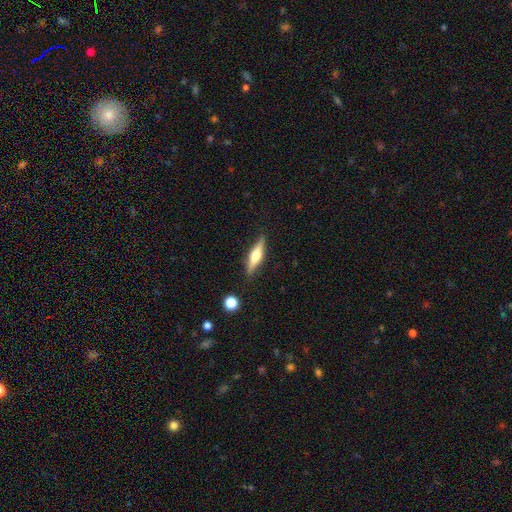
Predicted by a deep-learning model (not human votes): Overall: featured or disk (60%; smooth 34%). Edge-on disk: yes (95%). Edge-on bulge: rounded (90%). Merging: none (86%).